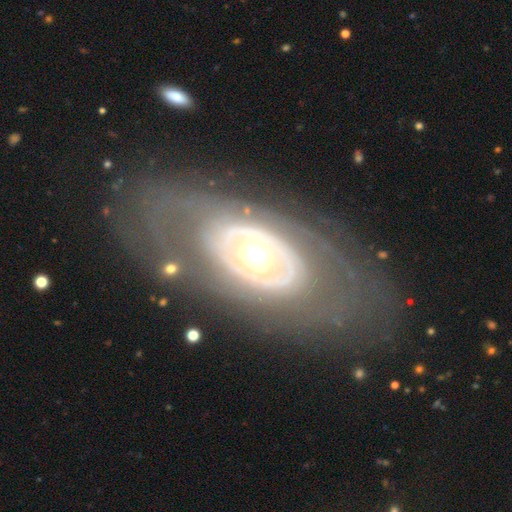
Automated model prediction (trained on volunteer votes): Morphology: type=featured or disk (75%); edge-on=no (91%); bar=no (83%); spiral arms=no (78%); bulge=moderate (65%); merging=none (73%).